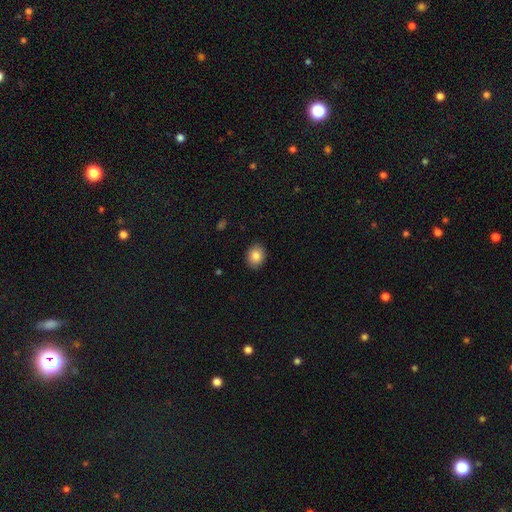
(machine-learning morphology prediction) Smooth or featured? Predicted: smooth (p=0.85). How rounded? Predicted: round (p=0.60). Merging? Predicted: none (p=0.90).